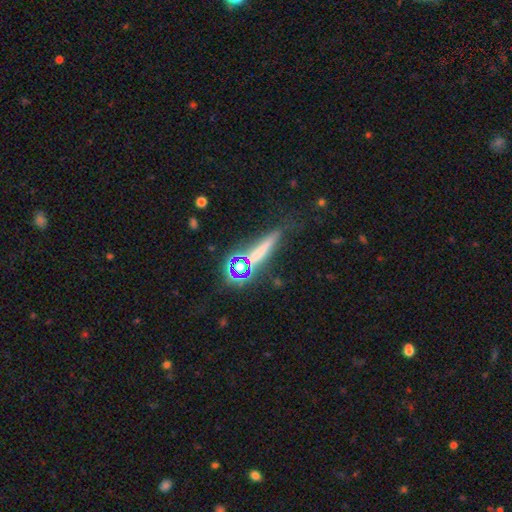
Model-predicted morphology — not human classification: smooth_or_featured: smooth (p=0.40) [alt: star or artifact p=0.34]
merging: none (p=0.67) [alt: minor disturbance p=0.15]